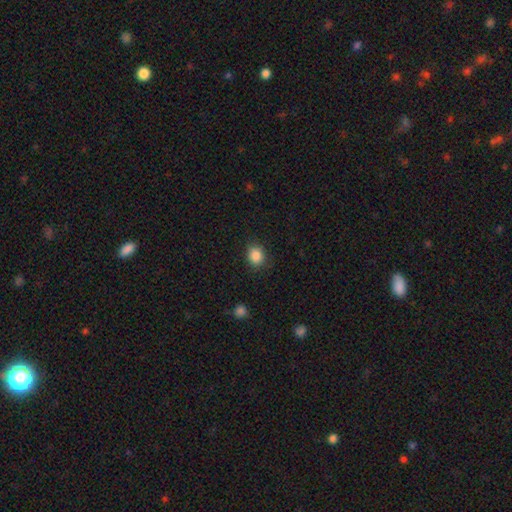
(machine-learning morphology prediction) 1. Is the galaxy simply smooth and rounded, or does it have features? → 86% smooth, 10% star or artifact, 4% featured or disk.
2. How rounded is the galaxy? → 63% round, 36% in between, 1% cigar-shaped.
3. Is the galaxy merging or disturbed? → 84% none, 11% minor disturbance, 3% major disturbance, 1% merger.